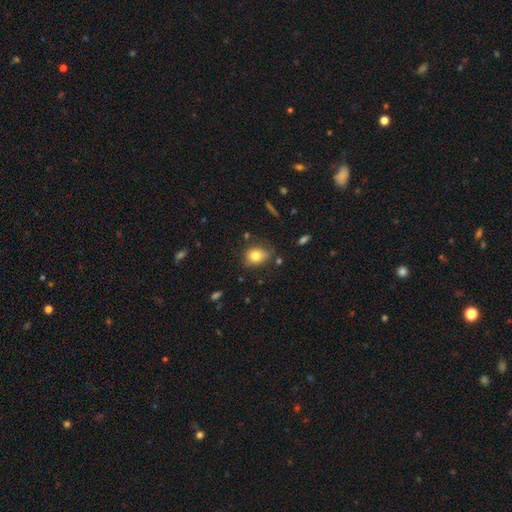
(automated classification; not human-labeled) Smooth or featured?
  - smooth: 78% *
  - featured or disk: 11%
  - star or artifact: 11%
How rounded?
  - round: 53% *
  - in between: 45%
  - cigar-shaped: 1%
Merging?
  - none: 66% *
  - minor disturbance: 24%
  - major disturbance: 6%
  - merger: 4%